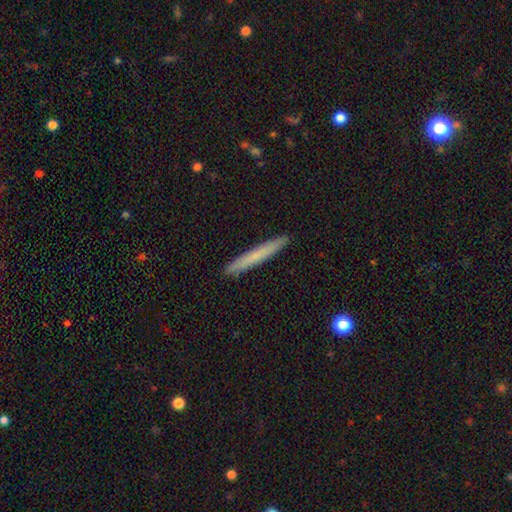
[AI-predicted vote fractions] Morphology: type=smooth (69%); roundness=cigar-shaped (97%); merging=none (93%).